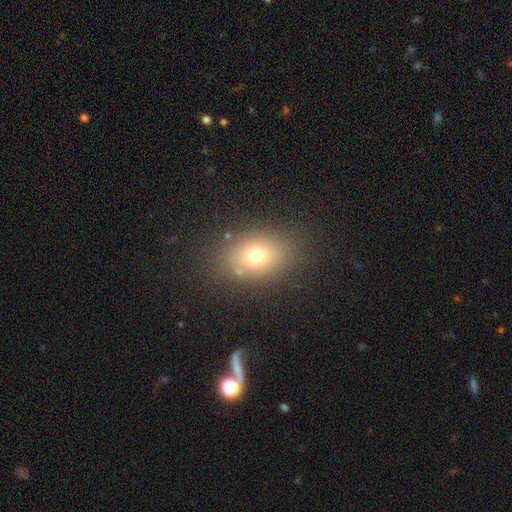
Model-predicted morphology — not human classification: Q: Smooth or featured?
A: smooth (71%); runner-up: star or artifact (15%)
Q: How rounded?
A: in between (68%); runner-up: round (31%)
Q: Merging?
A: none (81%); runner-up: minor disturbance (11%)